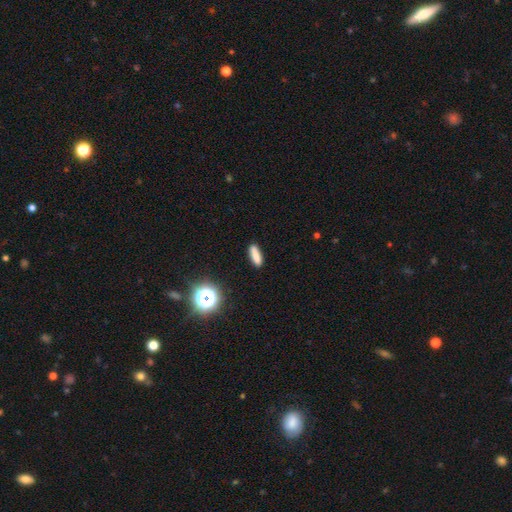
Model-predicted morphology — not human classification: A smooth galaxy with no disk features (82%) that is cigar-shaped (54%).

Vote fractions:
- Smooth or featured? smooth: 82% / star or artifact: 10% / featured or disk: 8%
- How rounded? cigar-shaped: 54% / in between: 43% / round: 3%
- Merging? none: 85% / minor disturbance: 10% / merger: 2% / major disturbance: 2%